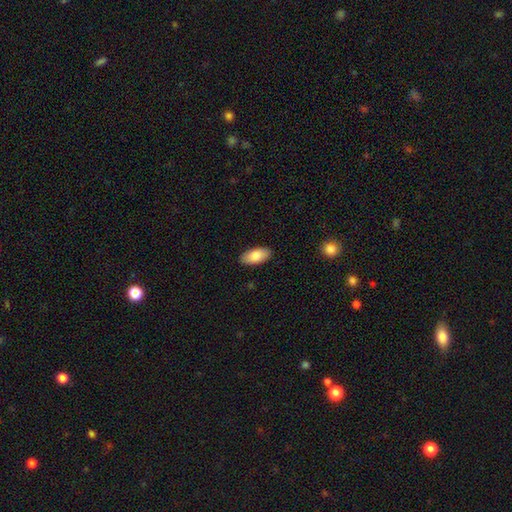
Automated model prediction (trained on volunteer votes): Smooth or featured? Predicted: smooth (p=0.83). How rounded? Predicted: in between (p=0.92). Merging? Predicted: none (p=0.89).